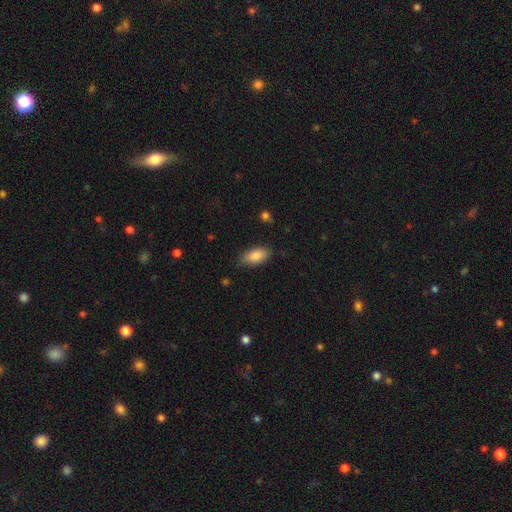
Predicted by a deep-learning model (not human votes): smooth-or-featured: smooth: 86% | star or artifact: 7% | featured or disk: 7%
  how-rounded: in between: 91% | cigar-shaped: 6% | round: 3%
  merging: none: 79% | minor disturbance: 17% | major disturbance: 3% | merger: 1%